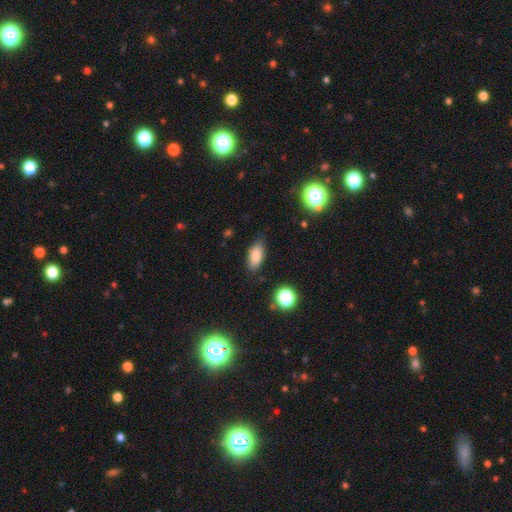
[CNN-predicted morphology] Smooth or featured: smooth — 82% (star or artifact — 9%)
How rounded: in between — 86% (cigar-shaped — 10%)
Merging: none — 81% (minor disturbance — 14%)